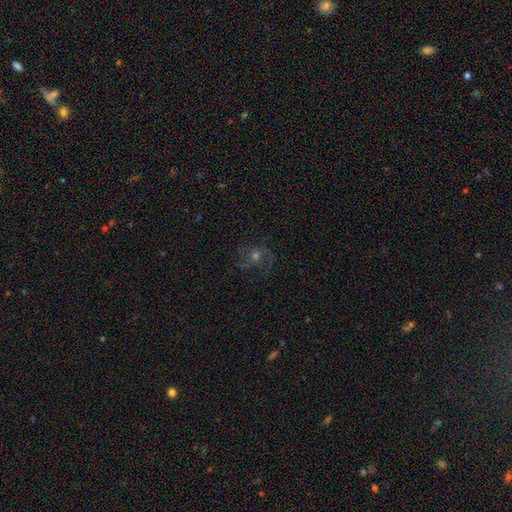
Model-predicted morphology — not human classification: type=featured or disk (67%); edge-on=no (97%); bar=no (72%); spiral arms=yes (91%); winding=medium (53%); arm count=2 (39%); bulge=moderate (55%); merging=none (72%).